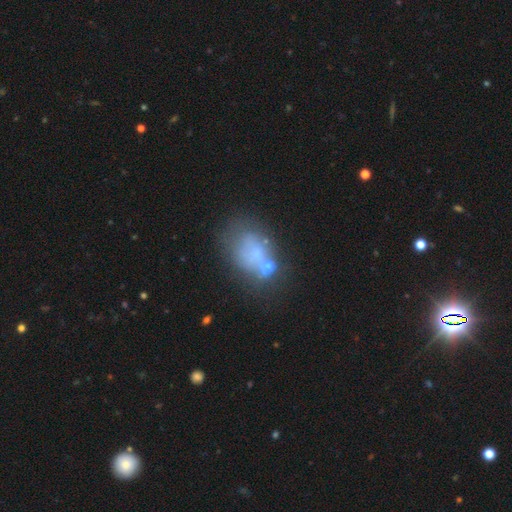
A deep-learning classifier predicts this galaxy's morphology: Smooth or featured?
  - smooth: 44% *
  - featured or disk: 42%
  - star or artifact: 14%
Merging?
  - none: 32% *
  - merger: 31%
  - minor disturbance: 19%
  - major disturbance: 18%